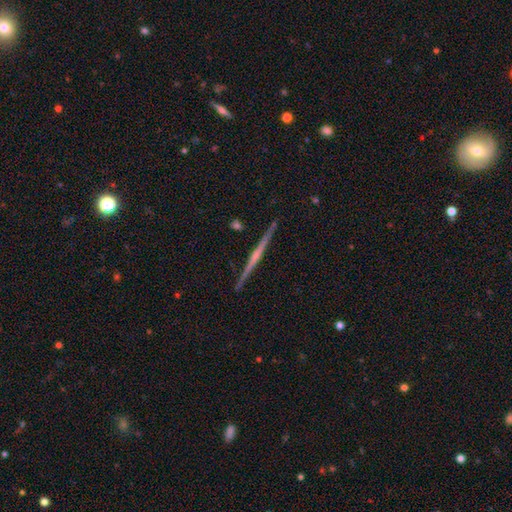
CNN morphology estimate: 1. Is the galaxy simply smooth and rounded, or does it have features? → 77% featured or disk, 17% smooth, 6% star or artifact.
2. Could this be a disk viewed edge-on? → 99% yes, 1% no.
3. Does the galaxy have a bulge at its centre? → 51% none, 38% rounded, 11% boxy.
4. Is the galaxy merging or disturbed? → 92% none, 6% minor disturbance, 1% major disturbance, 1% merger.